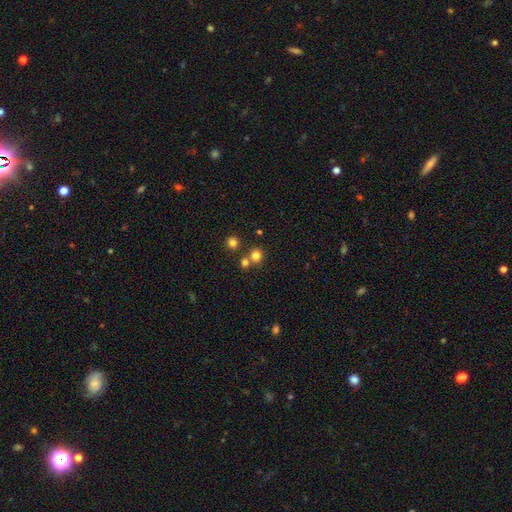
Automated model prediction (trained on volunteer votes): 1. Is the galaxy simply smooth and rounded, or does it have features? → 78% smooth, 15% star or artifact, 7% featured or disk.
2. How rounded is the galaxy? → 90% round, 9% in between, 1% cigar-shaped.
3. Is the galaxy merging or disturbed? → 68% none, 23% merger, 7% minor disturbance, 3% major disturbance.